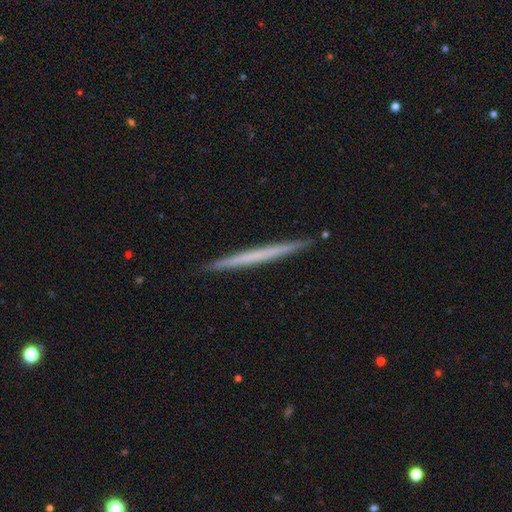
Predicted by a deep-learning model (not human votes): smooth_or_featured: smooth (p=0.48) [alt: featured or disk p=0.47]
merging: none (p=0.92) [alt: minor disturbance p=0.06]